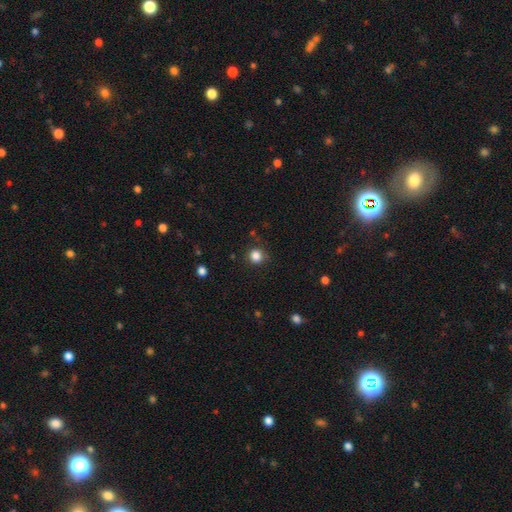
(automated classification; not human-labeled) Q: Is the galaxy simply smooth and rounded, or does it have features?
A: smooth — 84%.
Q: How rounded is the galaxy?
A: round — 92%.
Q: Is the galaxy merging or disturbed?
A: none — 85%.